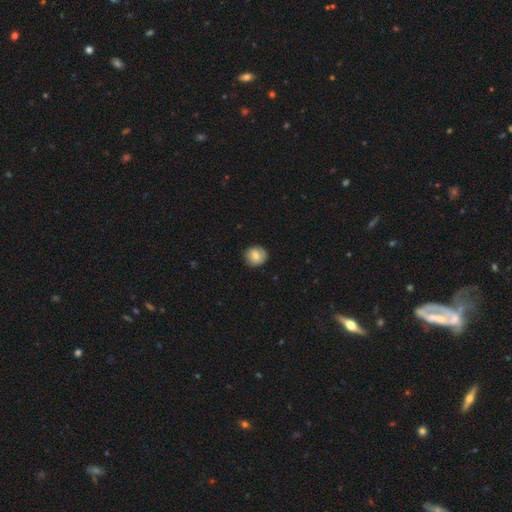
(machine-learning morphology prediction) type=smooth (76%); roundness=round (87%); merging=none (87%).